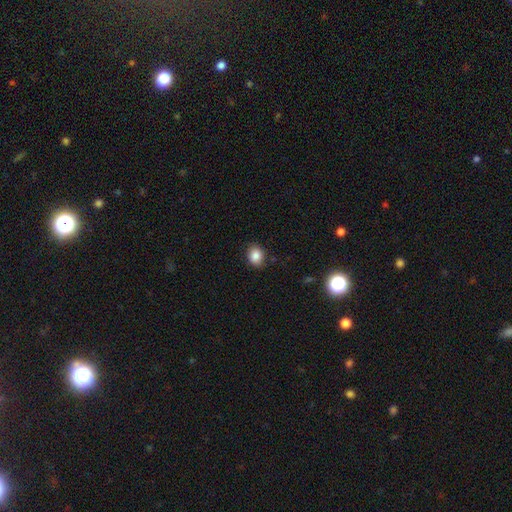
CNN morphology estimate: Q: Smooth or featured?
A: smooth (84%); runner-up: star or artifact (10%)
Q: How rounded?
A: round (54%); runner-up: in between (45%)
Q: Merging?
A: none (83%); runner-up: minor disturbance (13%)